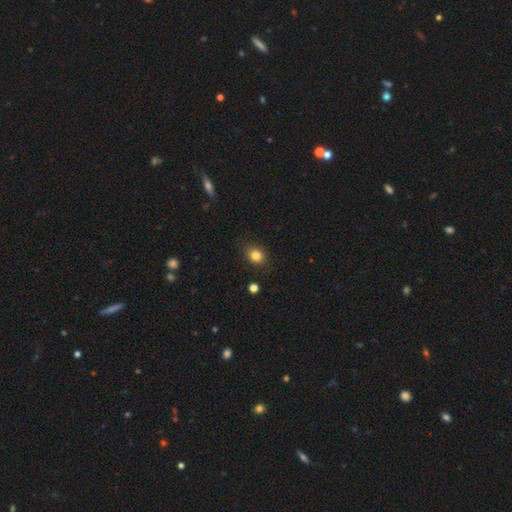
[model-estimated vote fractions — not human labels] Smooth or featured?
  - smooth: 82% *
  - star or artifact: 12%
  - featured or disk: 6%
How rounded?
  - round: 59% *
  - in between: 40%
  - cigar-shaped: 1%
Merging?
  - none: 87% *
  - minor disturbance: 10%
  - major disturbance: 2%
  - merger: 1%